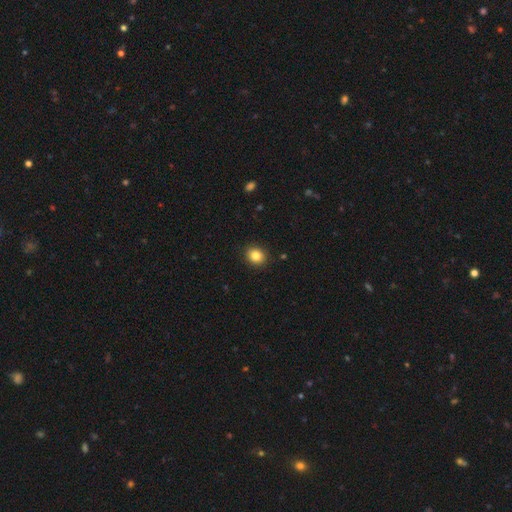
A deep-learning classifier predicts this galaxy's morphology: type=smooth (83%); roundness=round (73%); merging=none (91%).